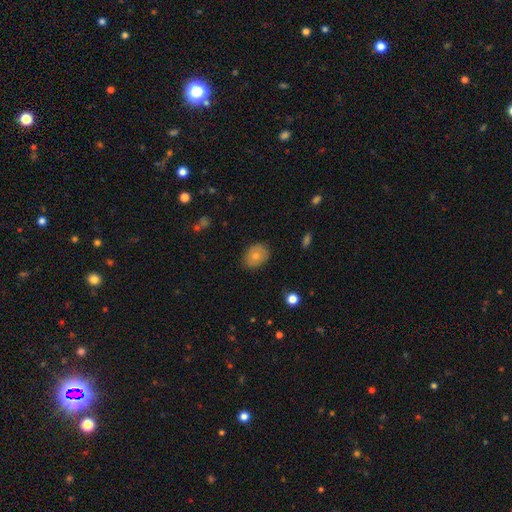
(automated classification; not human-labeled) A smooth galaxy with no disk features (72%) that is in between round and cigar-shaped (66%). Merging: none (83%).